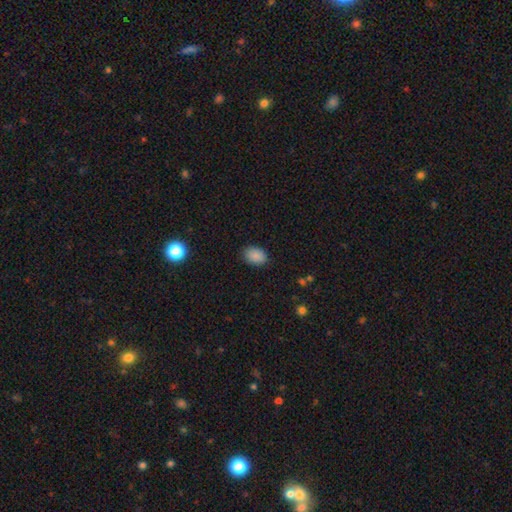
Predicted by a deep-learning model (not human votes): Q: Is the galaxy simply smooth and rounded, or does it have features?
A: smooth — 87%.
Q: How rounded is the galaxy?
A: in between — 82%.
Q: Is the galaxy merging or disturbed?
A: none — 86%.